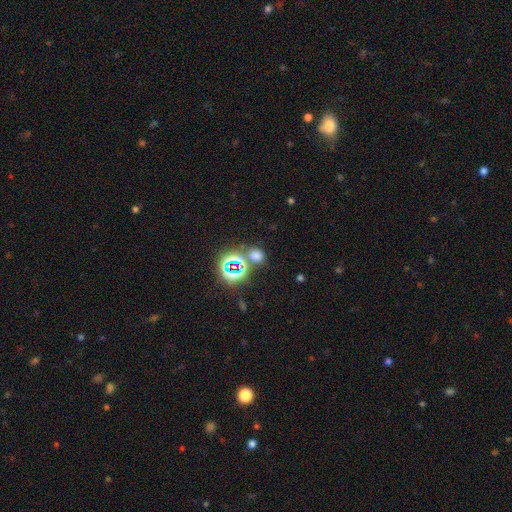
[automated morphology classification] smooth_or_featured: smooth (p=0.56) [alt: star or artifact p=0.37]
how_rounded: round (p=0.69) [alt: in between p=0.29]
merging: none (p=0.68) [alt: merger p=0.17]